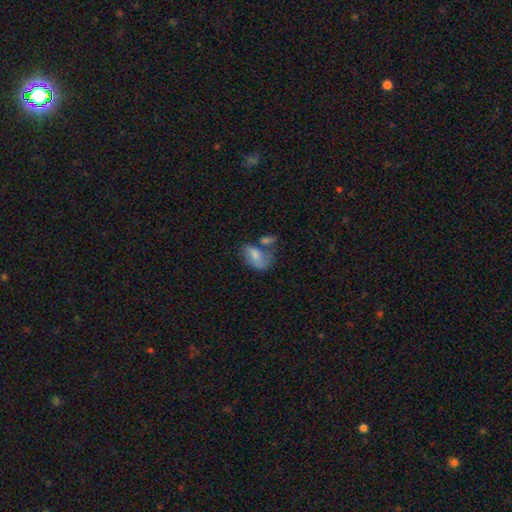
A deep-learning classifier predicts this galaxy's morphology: Smooth or featured?
  - smooth: 66% *
  - featured or disk: 26%
  - star or artifact: 9%
How rounded?
  - in between: 89% *
  - round: 8%
  - cigar-shaped: 2%
Merging?
  - merger: 31% *
  - none: 29%
  - minor disturbance: 21%
  - major disturbance: 19%